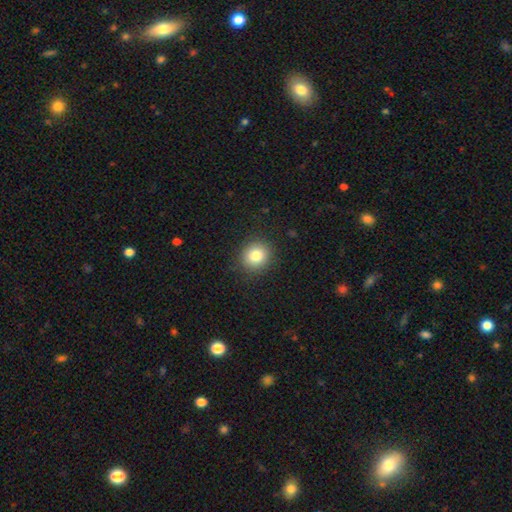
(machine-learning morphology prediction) Overall: smooth (82%). How rounded: round (86%). Merging: none (89%).